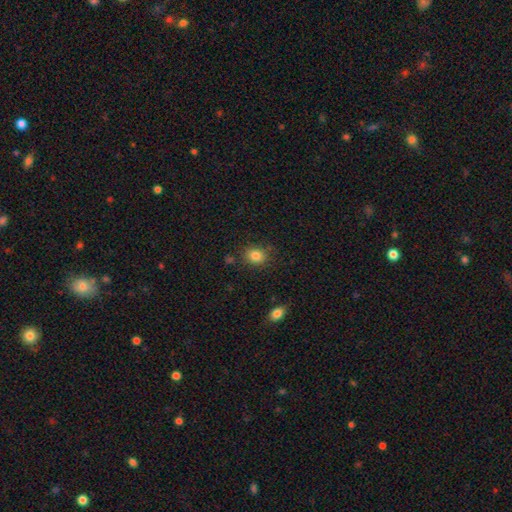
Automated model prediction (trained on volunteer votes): Overall: smooth (83%). How rounded: round (59%; in between 40%). Merging: none (82%).